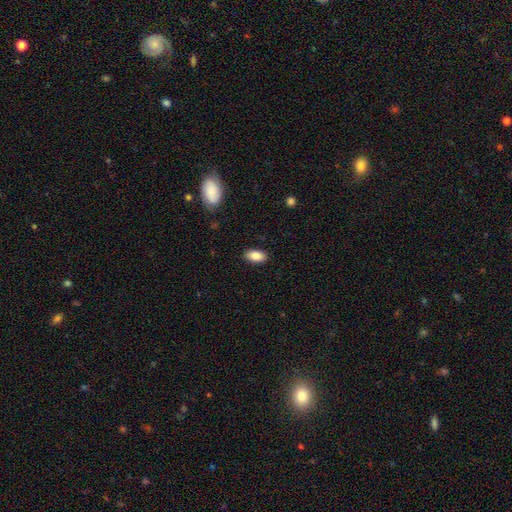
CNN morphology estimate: smooth_or_featured: smooth (p=0.85) [alt: featured or disk p=0.08]
how_rounded: in between (p=0.92) [alt: cigar-shaped p=0.04]
merging: none (p=0.88) [alt: minor disturbance p=0.09]